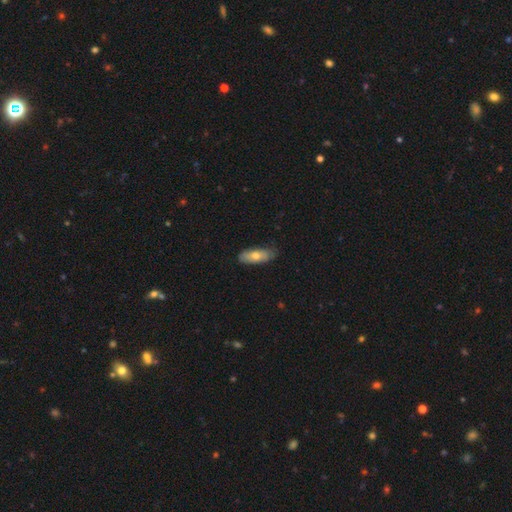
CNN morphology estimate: The model was most divided on "how rounded": in between: 69%, cigar-shaped: 29%, round: 3%. More confident: merging — none (81%); smooth or featured — smooth (67%).